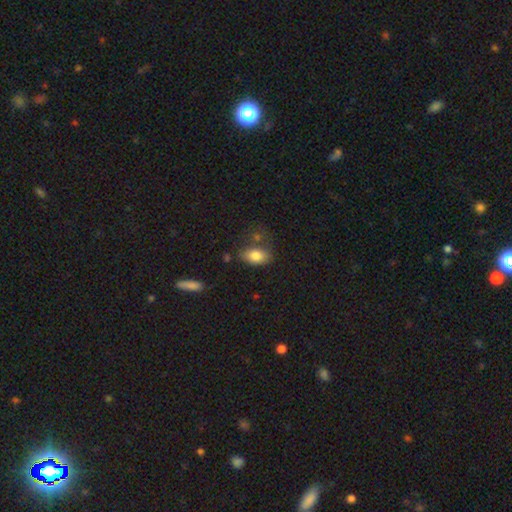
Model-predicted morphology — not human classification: smooth-or-featured: smooth: 81% | featured or disk: 11% | star or artifact: 8%
  how-rounded: in between: 88% | round: 10% | cigar-shaped: 2%
  merging: none: 64% | minor disturbance: 20% | merger: 9% | major disturbance: 7%